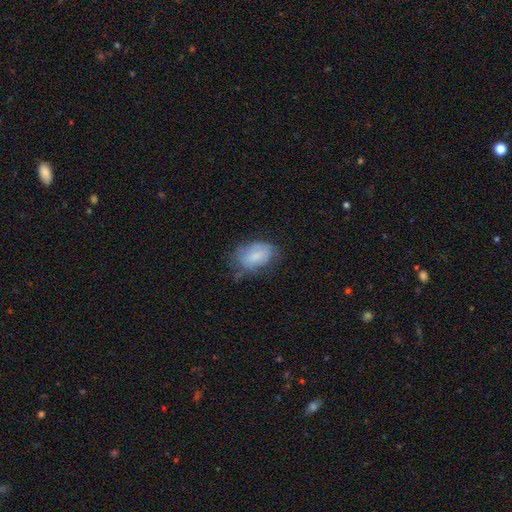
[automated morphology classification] This appears to be a smooth galaxy with no disk features (66%) that is in between round and cigar-shaped (89%). Merging: none (52%).